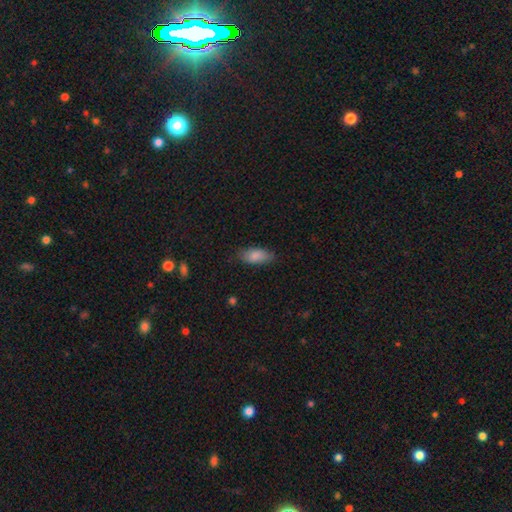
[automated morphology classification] Overall: smooth (86%). How rounded: in between (87%). Merging: none (80%).